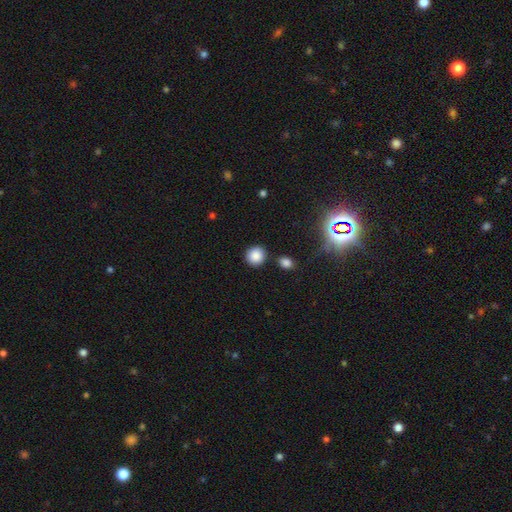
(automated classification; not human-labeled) Q: Smooth or featured?
A: smooth (86%); runner-up: star or artifact (10%)
Q: How rounded?
A: round (90%); runner-up: in between (9%)
Q: Merging?
A: none (84%); runner-up: minor disturbance (8%)